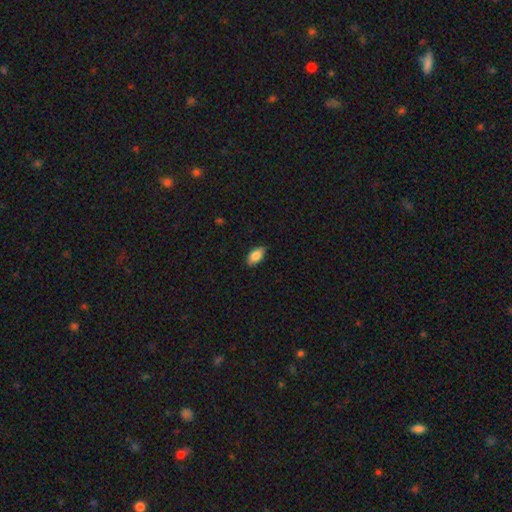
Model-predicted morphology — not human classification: smooth 84%, featured or disk 9%, star or artifact 7%. Down the decision tree: how rounded — in between (91%); merging — none (87%).